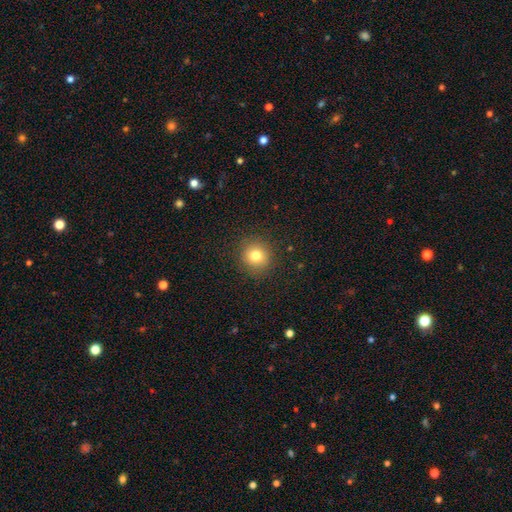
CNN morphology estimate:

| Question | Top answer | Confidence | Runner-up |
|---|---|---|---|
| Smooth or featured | smooth | 79% | star or artifact (13%) |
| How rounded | round | 91% | in between (8%) |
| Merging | none | 90% | minor disturbance (6%) |